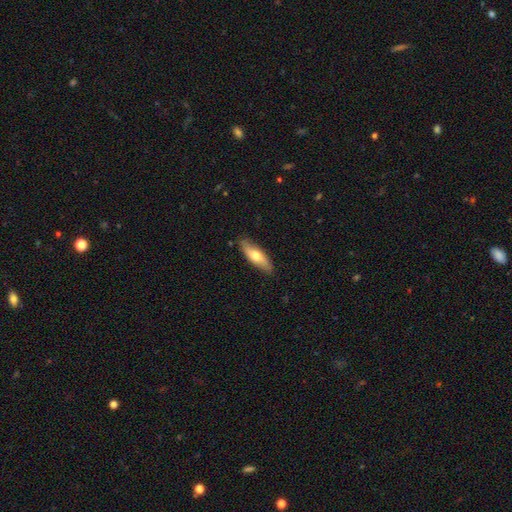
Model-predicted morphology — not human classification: smooth_or_featured: smooth (p=0.58) [alt: featured or disk p=0.36]
how_rounded: in between (p=0.52) [alt: cigar-shaped p=0.46]
merging: none (p=0.84) [alt: minor disturbance p=0.13]